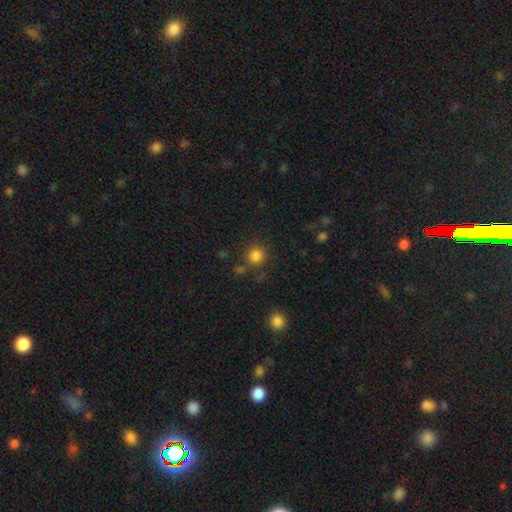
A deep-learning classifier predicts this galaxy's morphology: type=smooth (83%); roundness=round (91%); merging=none (79%).